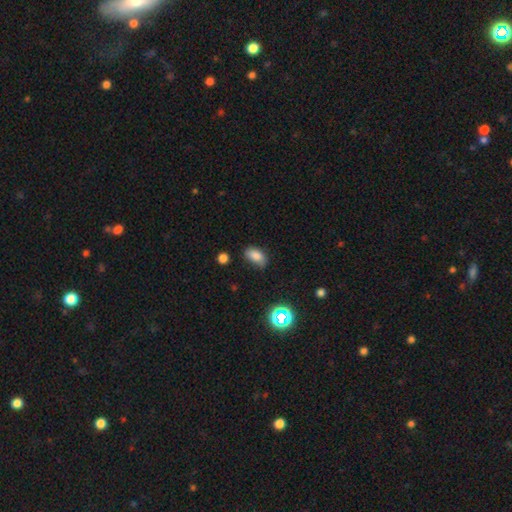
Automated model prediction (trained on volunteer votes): Smooth or featured?
  - smooth: 81% *
  - star or artifact: 12%
  - featured or disk: 7%
How rounded?
  - in between: 89% *
  - round: 8%
  - cigar-shaped: 3%
Merging?
  - none: 64% *
  - minor disturbance: 28%
  - major disturbance: 6%
  - merger: 3%